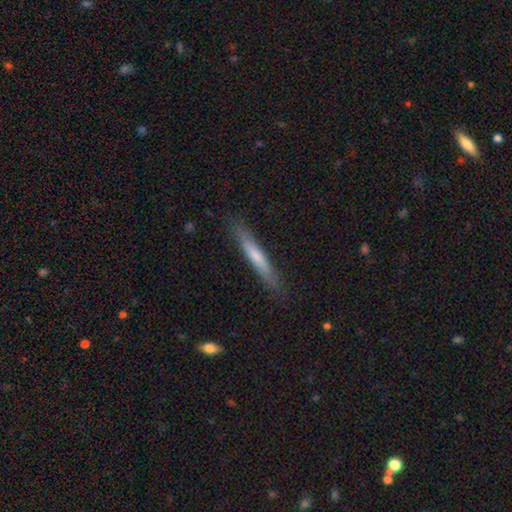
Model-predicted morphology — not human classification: Smooth or featured? Predicted: smooth (p=0.63). How rounded? Predicted: cigar-shaped (p=0.94). Merging? Predicted: none (p=0.86).